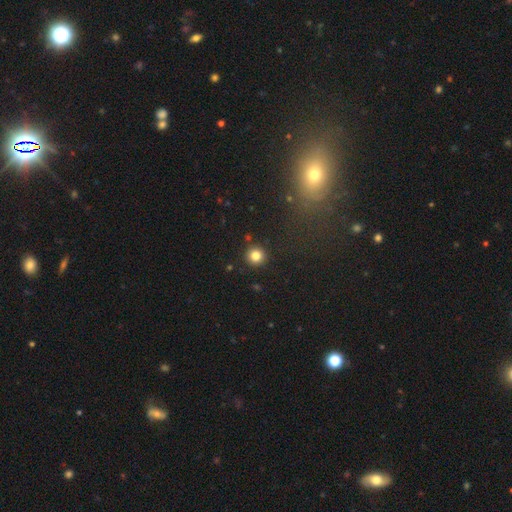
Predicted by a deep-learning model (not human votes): Smooth or featured? smooth (83%)
How rounded? round (95%)
Merging? none (91%)